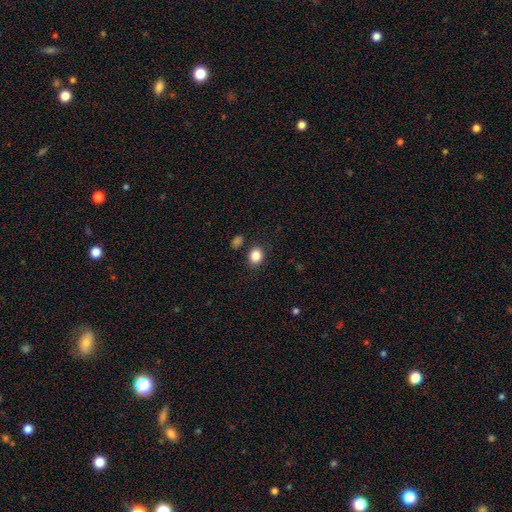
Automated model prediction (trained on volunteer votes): Smooth or featured?
  - smooth: 86% *
  - star or artifact: 10%
  - featured or disk: 4%
How rounded?
  - round: 58% *
  - in between: 41%
  - cigar-shaped: 1%
Merging?
  - none: 82% *
  - minor disturbance: 10%
  - merger: 5%
  - major disturbance: 3%